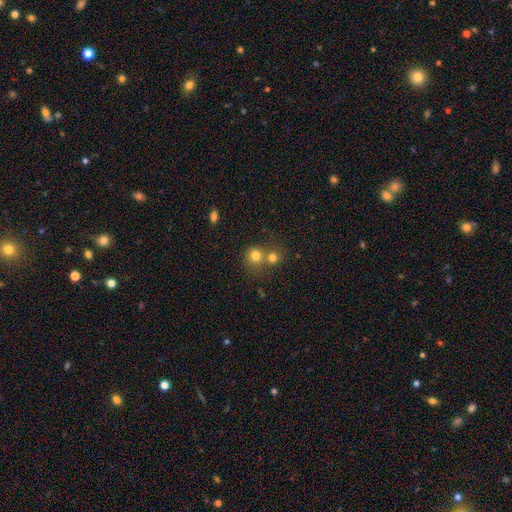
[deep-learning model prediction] smooth_or_featured: smooth (p=0.77) [alt: star or artifact p=0.14]
how_rounded: round (p=0.84) [alt: in between p=0.15]
merging: merger (p=0.45) [tied with: none p=0.45]